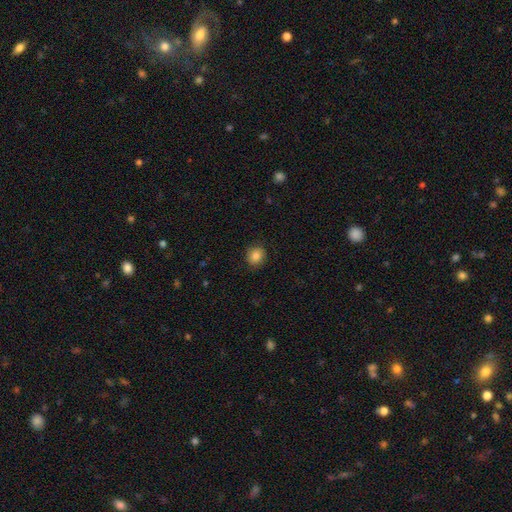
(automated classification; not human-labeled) smooth 84%, star or artifact 10%, featured or disk 6%. Down the decision tree: how rounded — round (70%); merging — none (87%).